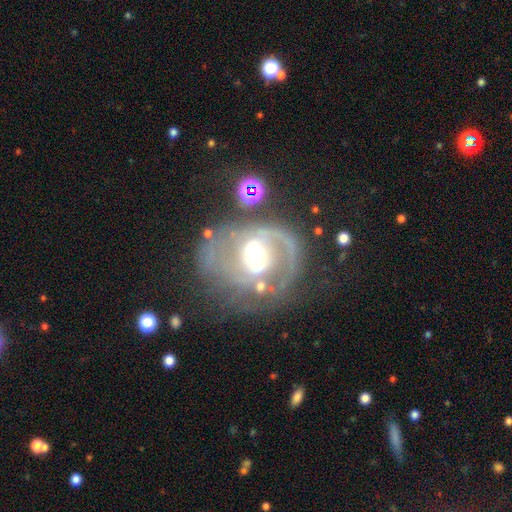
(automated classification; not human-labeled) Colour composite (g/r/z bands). It shows a featured or disk galaxy (83%) with no bar (43%), 2 (55%) medium (43%) spiral arms (87%) and a moderate central bulge (64%). Merging: none (54%).